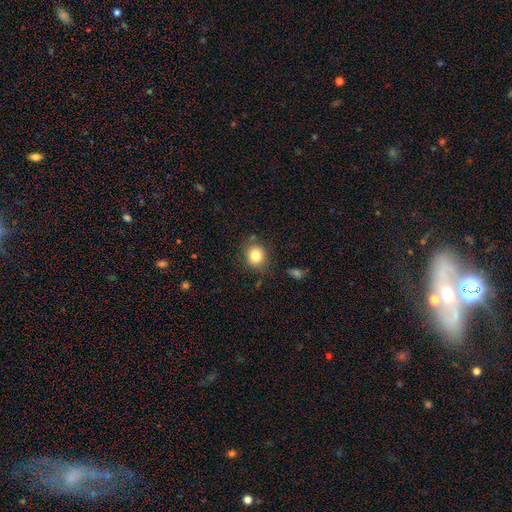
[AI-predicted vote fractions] The model was most divided on "how rounded": round: 78%, in between: 21%, cigar-shaped: 1%. More confident: smooth or featured — smooth (81%); merging — none (81%).